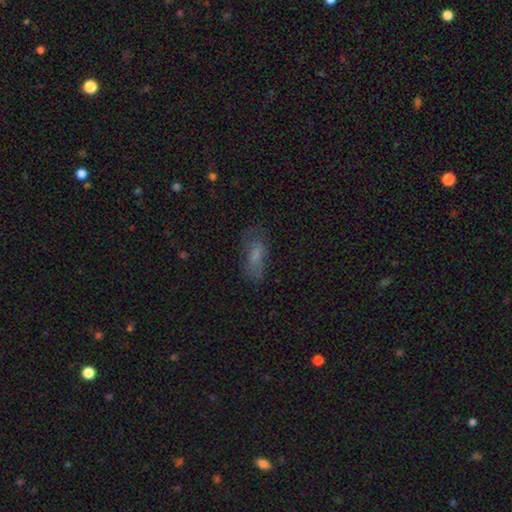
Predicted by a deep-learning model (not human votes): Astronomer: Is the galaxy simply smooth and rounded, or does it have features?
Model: smooth — 60%.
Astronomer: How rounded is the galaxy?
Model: in between — 81%.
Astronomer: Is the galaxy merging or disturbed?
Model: none — 56%.